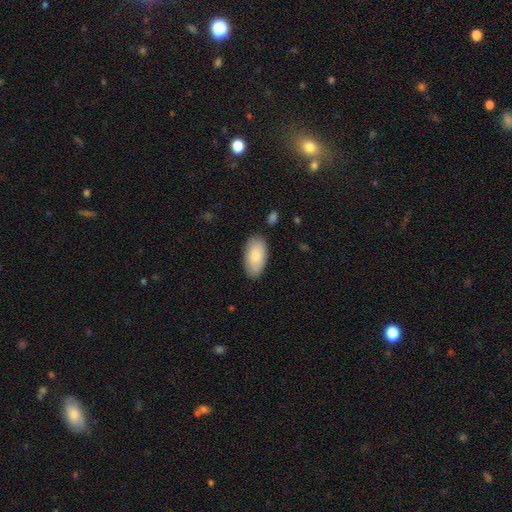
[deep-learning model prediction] The model was most divided on "smooth or featured": smooth: 81%, featured or disk: 13%, star or artifact: 6%. More confident: how rounded — in between (95%); merging — none (83%).